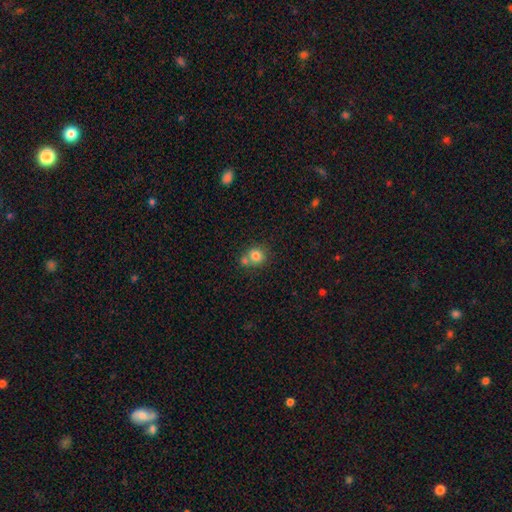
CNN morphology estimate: Smooth or featured: smooth — 80% (star or artifact — 11%)
How rounded: round — 86% (in between — 13%)
Merging: none — 53% (merger — 35%)